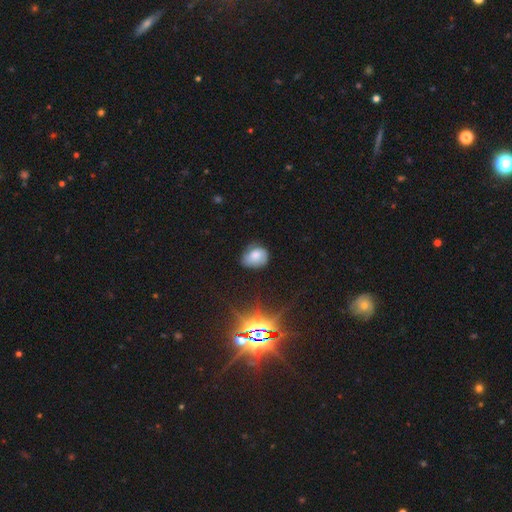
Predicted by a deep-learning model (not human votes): A smooth galaxy with no disk features (67%) that is in between round and cigar-shaped (56%). Merging: none (56%).